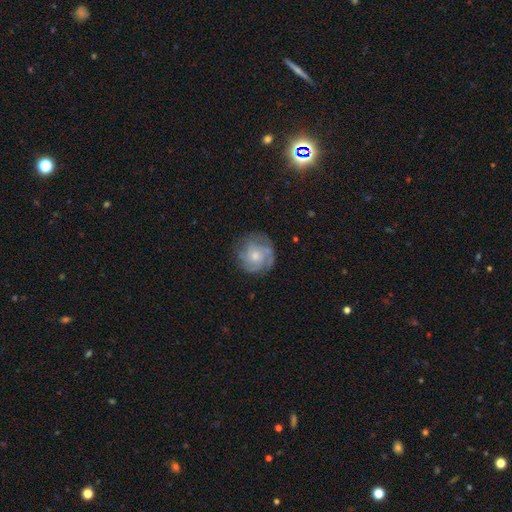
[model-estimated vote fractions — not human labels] smooth_or_featured: featured or disk (p=0.66) [alt: smooth p=0.27]
disk_edge_on: no (p=0.98) [alt: yes p=0.02]
bar: no (p=0.79) [alt: weak p=0.19]
has_spiral_arms: yes (p=0.86) [alt: no p=0.14]
spiral_winding: tight (p=0.59) [alt: medium p=0.31]
spiral_arm_count: can't tell (p=0.39) [alt: 3 p=0.24]
bulge_size: moderate (p=0.49) [alt: small p=0.41]
merging: none (p=0.74) [alt: minor disturbance p=0.17]